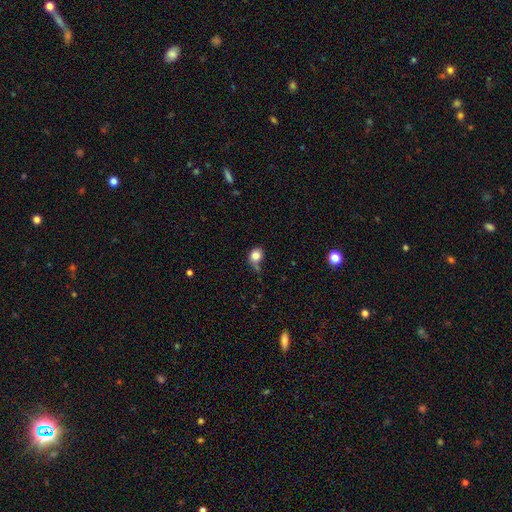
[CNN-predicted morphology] Smooth or featured: smooth — 81% (star or artifact — 10%)
How rounded: round — 66% (in between — 33%)
Merging: none — 46% (minor disturbance — 30%)